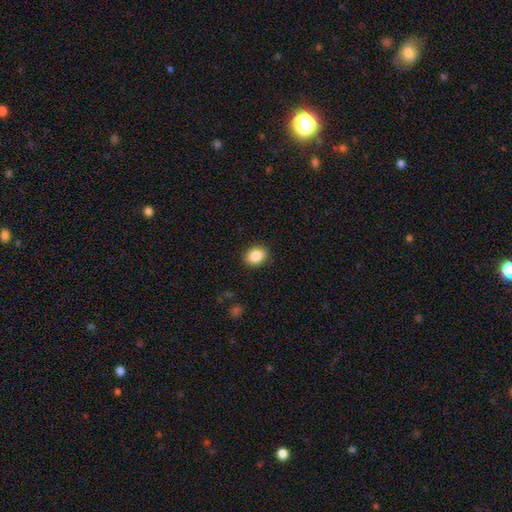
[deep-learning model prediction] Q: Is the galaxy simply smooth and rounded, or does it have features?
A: smooth — 87%.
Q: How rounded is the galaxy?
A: in between — 61%.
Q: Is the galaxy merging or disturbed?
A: none — 89%.